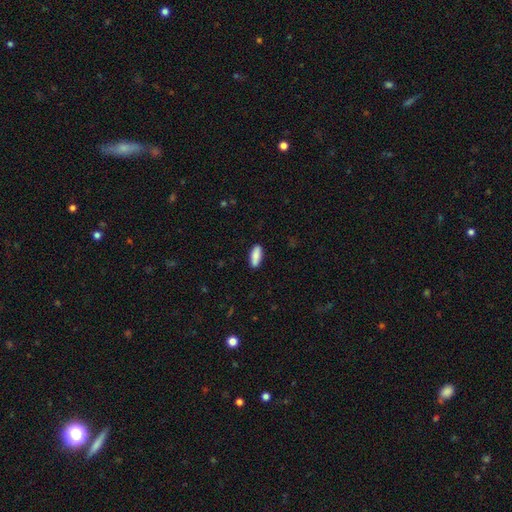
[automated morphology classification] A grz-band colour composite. It shows a smooth galaxy with no disk features (86%) that is in between round and cigar-shaped (68%). Merging: none (84%).